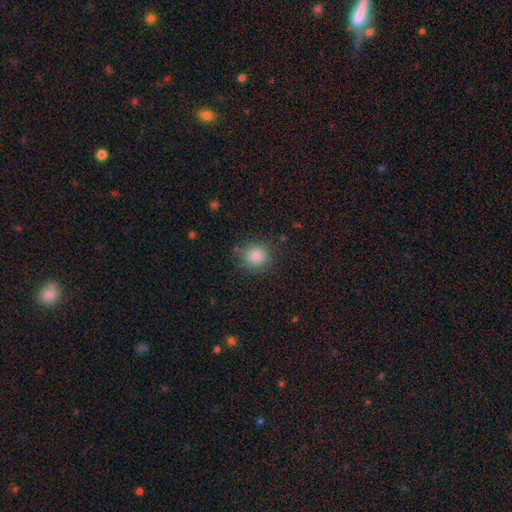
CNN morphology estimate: smooth_or_featured: smooth (p=0.85) [alt: star or artifact p=0.11]
how_rounded: round (p=0.89) [alt: in between p=0.10]
merging: none (p=0.83) [alt: minor disturbance p=0.11]